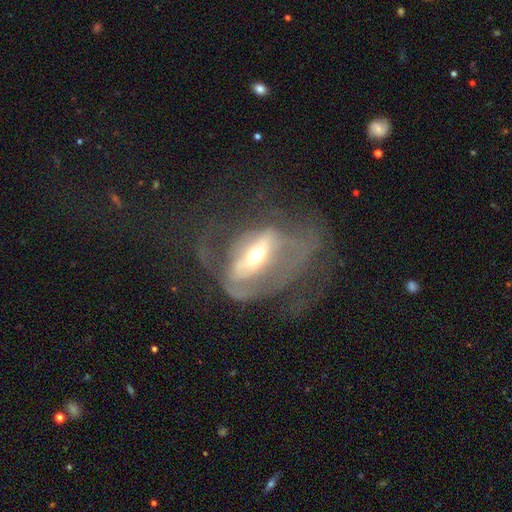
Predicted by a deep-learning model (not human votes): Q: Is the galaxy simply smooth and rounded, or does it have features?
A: featured or disk — 72%.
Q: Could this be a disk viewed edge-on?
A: no — 87%.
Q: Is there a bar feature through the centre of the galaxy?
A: strong — 44%.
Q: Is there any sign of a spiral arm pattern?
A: yes — 52%.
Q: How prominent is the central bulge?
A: moderate — 67%.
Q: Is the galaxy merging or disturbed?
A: major disturbance — 54%.